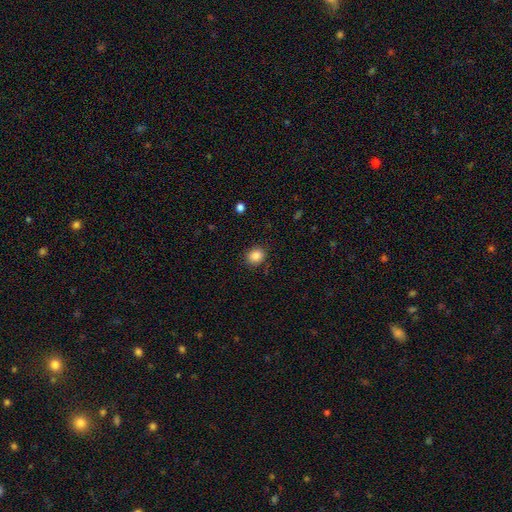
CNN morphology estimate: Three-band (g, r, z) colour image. It shows a smooth galaxy with no disk features (86%) that is round (66%). Merging: none (86%).